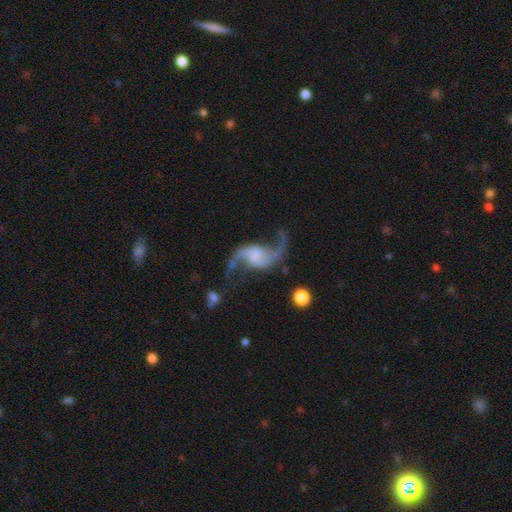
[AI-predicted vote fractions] Smooth or featured: featured or disk — 91% (star or artifact — 5%)
Edge-on disk: no — 98% (yes — 2%)
Bar: no — 50% (weak — 37%)
Spiral arms: yes — 98% (no — 2%)
Spiral winding: loose — 88% (medium — 10%)
Spiral arm count: 2 — 94% (1 — 2%)
Bulge size: none — 55% (small — 19%)
Merging: none — 72% (minor disturbance — 14%)